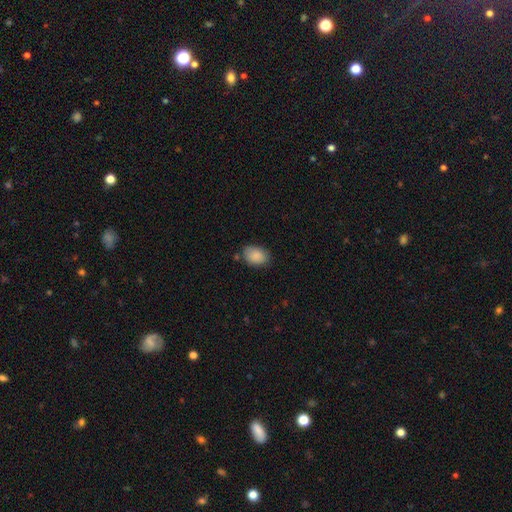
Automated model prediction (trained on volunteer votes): Morphology: type=smooth (88%); roundness=in between (80%); merging=none (71%).